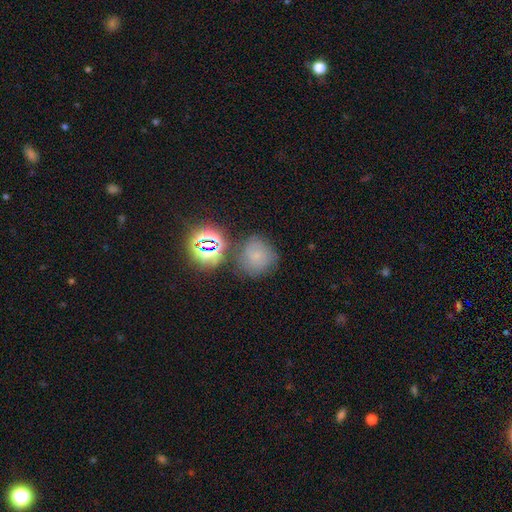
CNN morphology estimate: This is marginally a smooth galaxy (43%). Merging: likely none (68%).